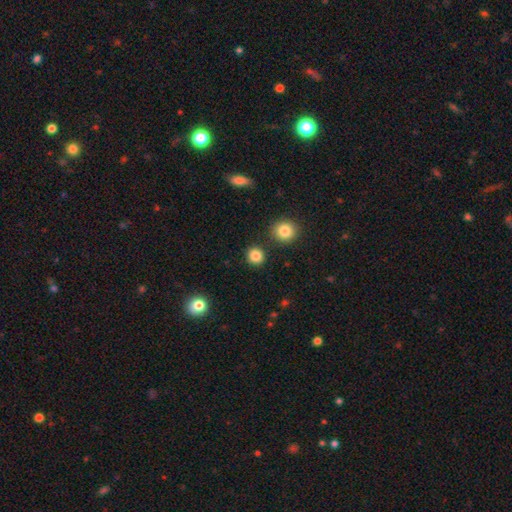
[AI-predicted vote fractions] smooth-or-featured: smooth: 86% | star or artifact: 10% | featured or disk: 4%
  how-rounded: round: 89% | in between: 10% | cigar-shaped: 1%
  merging: none: 88% | minor disturbance: 6% | merger: 4% | major disturbance: 2%